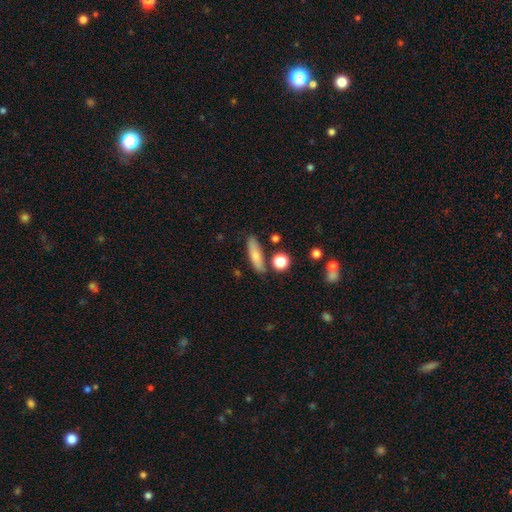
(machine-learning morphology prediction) Smooth or featured: smooth — 76% (featured or disk — 16%)
How rounded: cigar-shaped — 59% (in between — 37%)
Merging: none — 79% (minor disturbance — 12%)